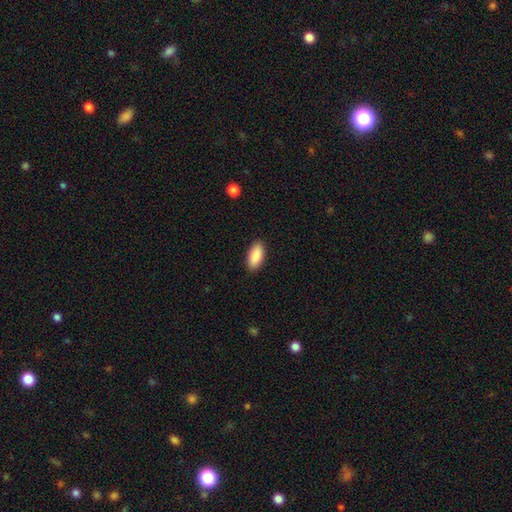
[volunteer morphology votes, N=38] smooth-or-featured: smooth: 87% | star or artifact: 8% | featured or disk: 5%
  how-rounded: in between: 85% | cigar-shaped: 15% | round: 0%
  merging: none: 89% | minor disturbance: 9% | major disturbance: 3% | merger: 0%